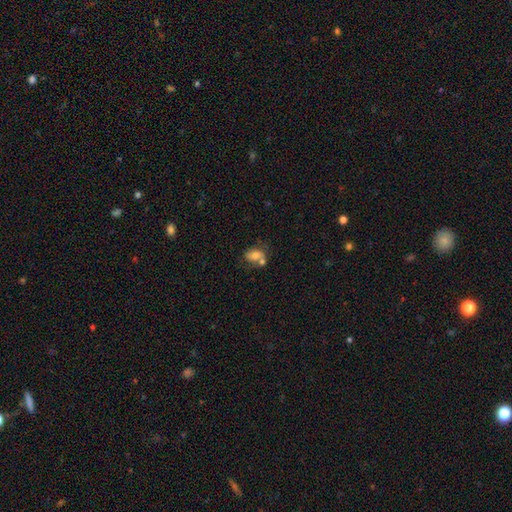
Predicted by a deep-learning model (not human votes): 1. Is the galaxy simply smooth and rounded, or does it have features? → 59% smooth, 31% featured or disk, 10% star or artifact.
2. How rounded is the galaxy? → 72% in between, 26% round, 2% cigar-shaped.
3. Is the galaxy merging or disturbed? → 37% none, 36% merger, 18% minor disturbance, 9% major disturbance.